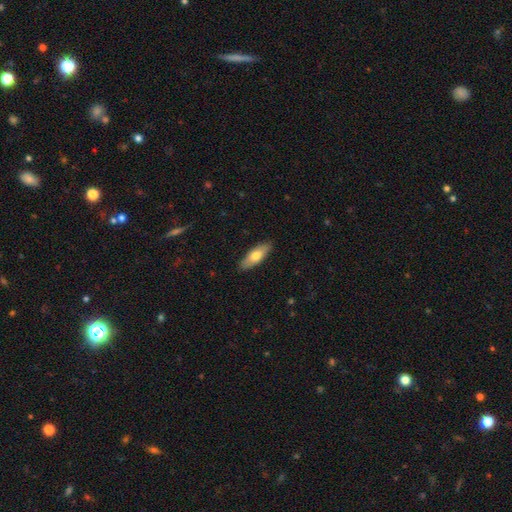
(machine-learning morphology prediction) The model was most divided on "how rounded": in between: 66%, cigar-shaped: 32%, round: 2%. More confident: merging — none (88%); smooth or featured — smooth (66%).